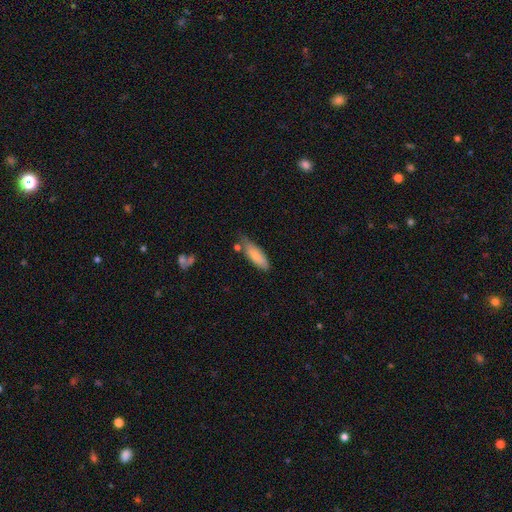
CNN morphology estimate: A smooth galaxy with no disk features (76%) that is in between round and cigar-shaped (60%).

Vote fractions:
- Smooth or featured? smooth: 76% / featured or disk: 18% / star or artifact: 6%
- How rounded? in between: 60% / cigar-shaped: 38% / round: 2%
- Merging? none: 50% / minor disturbance: 35% / merger: 8% / major disturbance: 8%